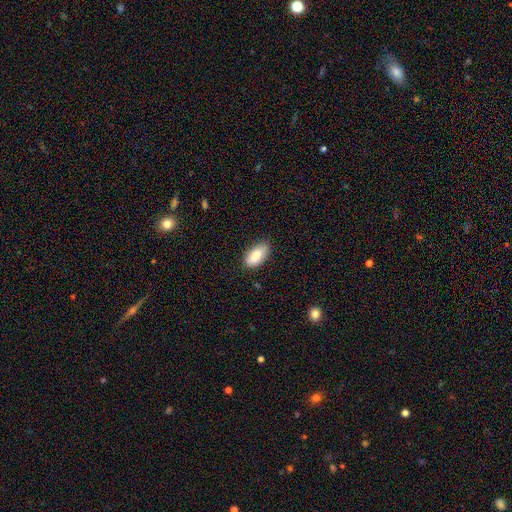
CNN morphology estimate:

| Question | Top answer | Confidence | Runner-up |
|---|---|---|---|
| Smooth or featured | smooth | 80% | featured or disk (13%) |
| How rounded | in between | 94% | round (3%) |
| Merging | none | 82% | minor disturbance (14%) |